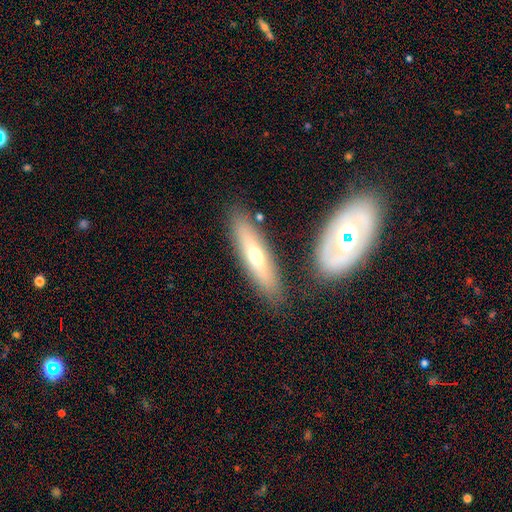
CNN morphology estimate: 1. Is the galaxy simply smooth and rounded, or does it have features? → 49% smooth, 44% featured or disk, 8% star or artifact.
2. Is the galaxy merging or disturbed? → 82% none, 10% minor disturbance, 5% merger, 3% major disturbance.